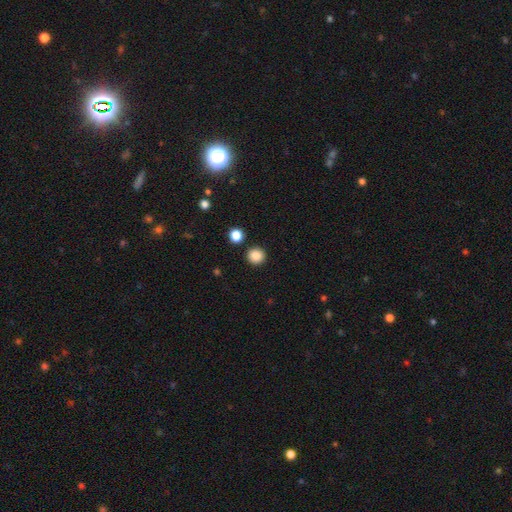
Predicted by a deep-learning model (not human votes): A smooth galaxy with no disk features (86%) that is round (94%). Merging: none (91%).